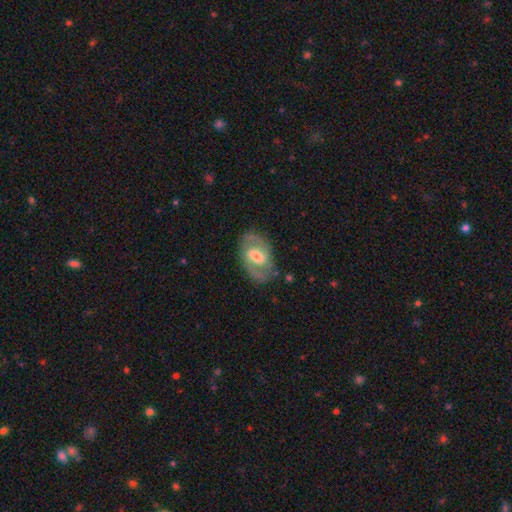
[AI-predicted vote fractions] A featured or disk galaxy (76%) with a weak bar (51%), 2 (87%) medium (54%) spiral arms (84%) and a moderate central bulge (59%). Merging: none (79%).